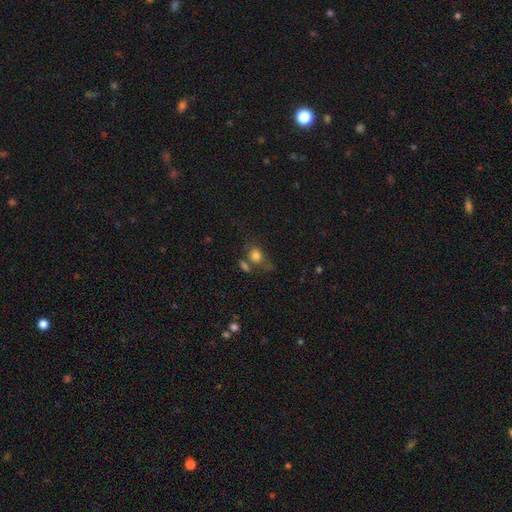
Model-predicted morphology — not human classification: A smooth galaxy with no disk features (77%) that is round (49%).

Vote fractions:
- Smooth or featured? smooth: 77% / star or artifact: 12% / featured or disk: 11%
- How rounded? round: 49% / in between: 48% / cigar-shaped: 2%
- Merging? none: 46% / merger: 21% / minor disturbance: 20% / major disturbance: 13%